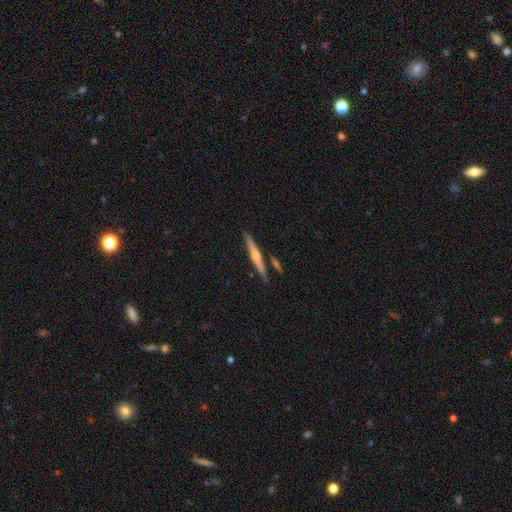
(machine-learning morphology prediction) smooth-or-featured: featured or disk: 69% | smooth: 25% | star or artifact: 6%
  disk-edge-on: yes: 98% | no: 2%
    edge-on-bulge: rounded: 87% | none: 8% | boxy: 5%
  merging: none: 84% | minor disturbance: 9% | merger: 6% | major disturbance: 2%